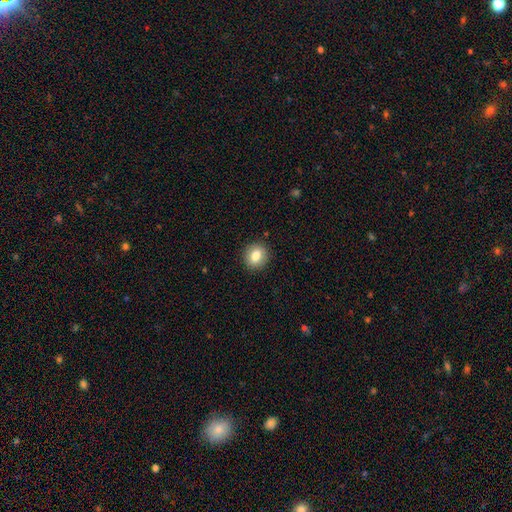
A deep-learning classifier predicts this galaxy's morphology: type=smooth (83%); roundness=round (76%); merging=none (90%).